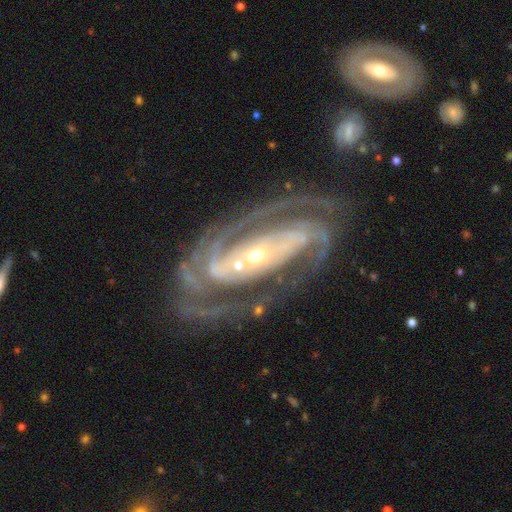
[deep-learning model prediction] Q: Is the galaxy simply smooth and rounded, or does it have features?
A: featured or disk — 91%.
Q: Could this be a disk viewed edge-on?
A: no — 95%.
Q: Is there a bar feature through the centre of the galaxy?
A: no — 42%.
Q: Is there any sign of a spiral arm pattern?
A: yes — 97%.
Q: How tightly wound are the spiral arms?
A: tight — 64%.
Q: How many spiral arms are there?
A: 2 — 60%.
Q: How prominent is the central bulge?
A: small — 69%.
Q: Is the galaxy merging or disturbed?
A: none — 66%.